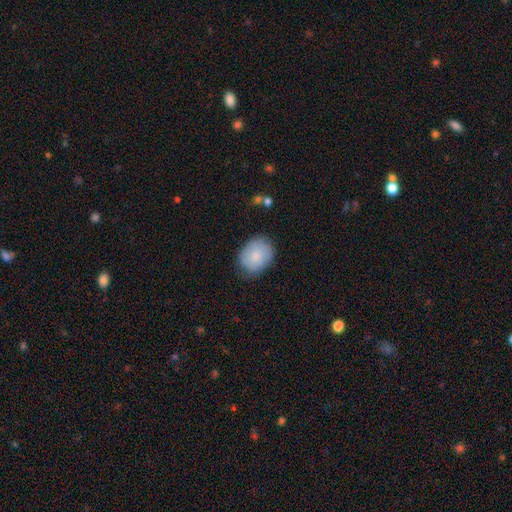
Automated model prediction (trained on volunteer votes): This appears to be a smooth galaxy with no disk features (81%) that is in between round and cigar-shaped (56%). Merging: none (71%).